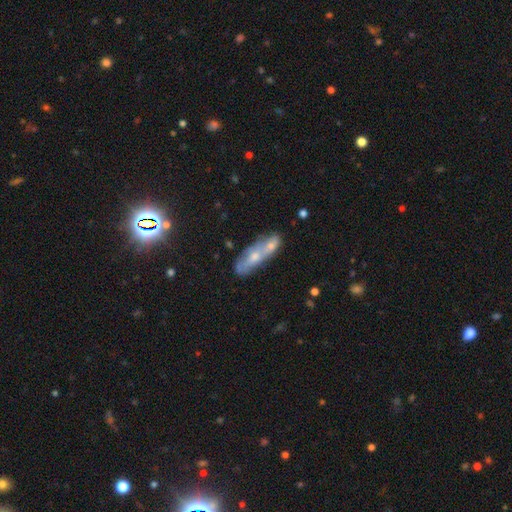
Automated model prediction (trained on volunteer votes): Smooth or featured? Predicted: featured or disk (p=0.48). Merging? Predicted: none (p=0.39).